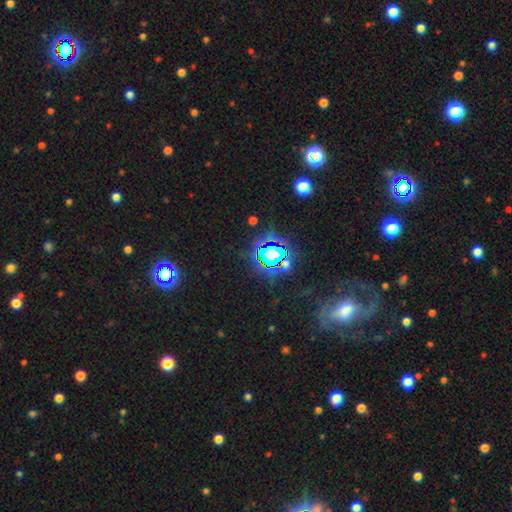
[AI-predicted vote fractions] This appears to be a star or artifact, not a galaxy (60%).